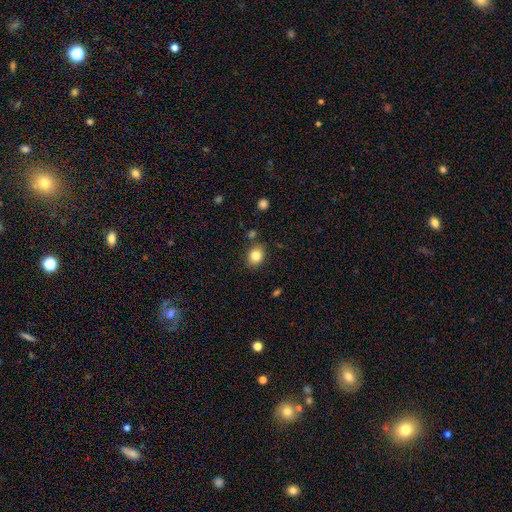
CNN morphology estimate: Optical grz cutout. It shows a smooth galaxy with no disk features (83%) that is round (56%). Merging: none (81%).